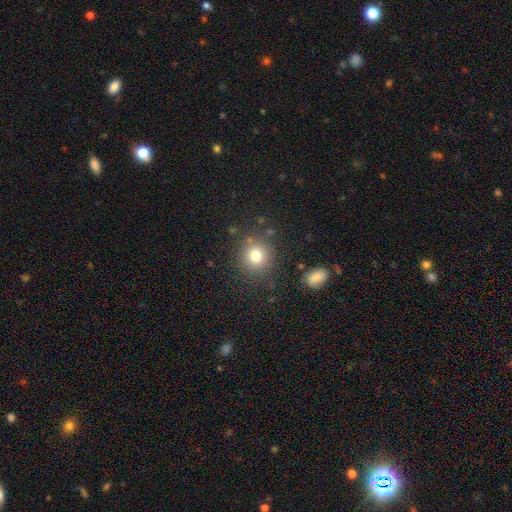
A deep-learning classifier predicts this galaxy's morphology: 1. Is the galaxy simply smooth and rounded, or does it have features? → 79% smooth, 13% star or artifact, 8% featured or disk.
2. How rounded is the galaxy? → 88% round, 11% in between, 1% cigar-shaped.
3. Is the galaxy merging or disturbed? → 83% none, 10% minor disturbance, 4% major disturbance, 3% merger.